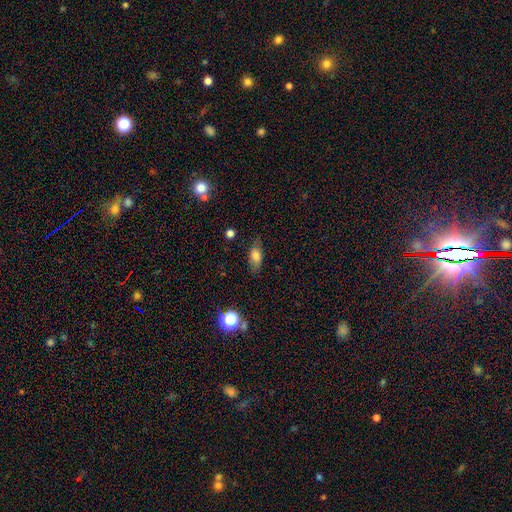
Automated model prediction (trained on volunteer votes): Q: Smooth or featured?
A: smooth (75%); runner-up: featured or disk (16%)
Q: How rounded?
A: in between (77%); runner-up: cigar-shaped (18%)
Q: Merging?
A: none (78%); runner-up: minor disturbance (16%)